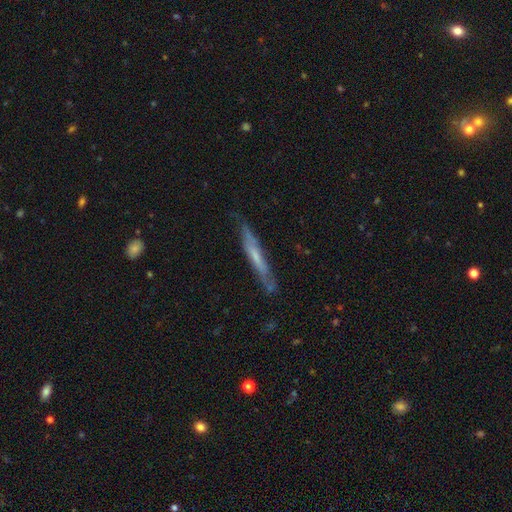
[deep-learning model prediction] Smooth or featured?
  - featured or disk: 54% *
  - smooth: 40%
  - star or artifact: 6%
Edge-on disk?
  - yes: 85% *
  - no: 15%
Merging?
  - none: 74% *
  - minor disturbance: 20%
  - major disturbance: 4%
  - merger: 2%